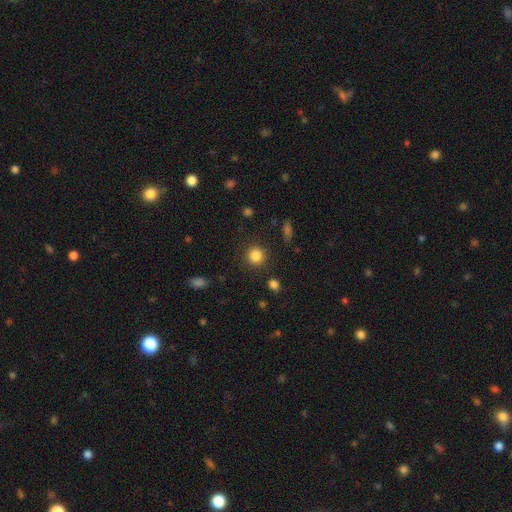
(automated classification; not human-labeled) A smooth galaxy with no disk features (85%) that is round (92%).

Vote fractions:
- Smooth or featured? smooth: 85% / star or artifact: 11% / featured or disk: 4%
- How rounded? round: 92% / in between: 7% / cigar-shaped: 1%
- Merging? none: 88% / minor disturbance: 7% / major disturbance: 3% / merger: 2%